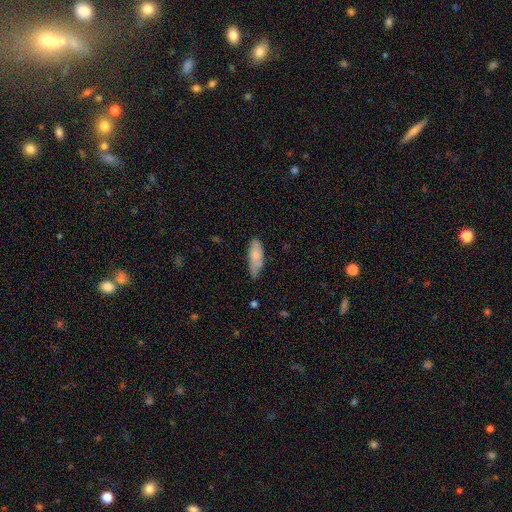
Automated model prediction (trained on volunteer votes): smooth_or_featured: smooth (p=0.74) [alt: featured or disk p=0.20]
how_rounded: in between (p=0.67) [alt: cigar-shaped p=0.31]
merging: none (p=0.58) [alt: minor disturbance p=0.33]